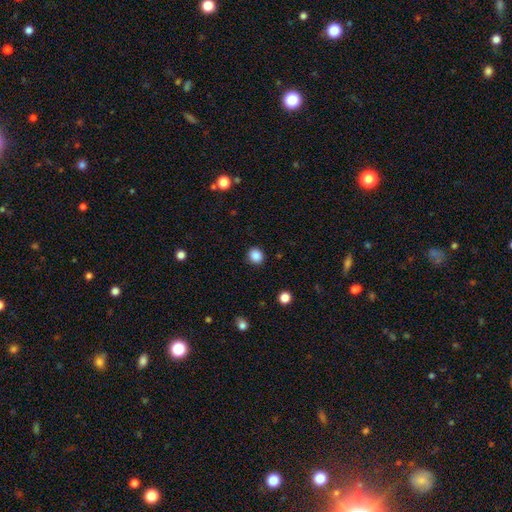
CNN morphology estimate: smooth-or-featured: smooth: 87% | star or artifact: 11% | featured or disk: 3%
  how-rounded: round: 87% | in between: 12% | cigar-shaped: 1%
  merging: none: 90% | minor disturbance: 6% | major disturbance: 2% | merger: 1%